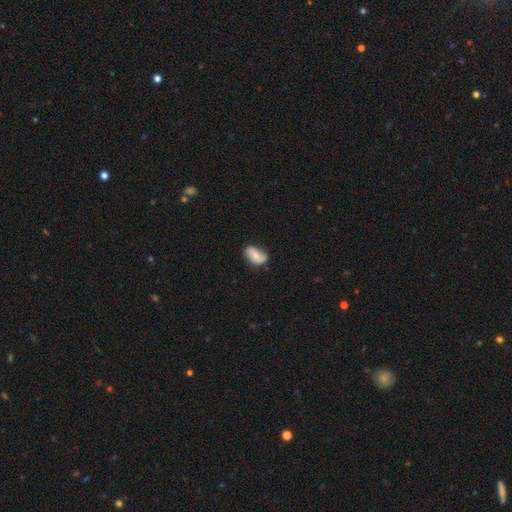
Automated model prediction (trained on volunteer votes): smooth 52%, featured or disk 41%, star or artifact 7%. Down the decision tree: how rounded — in between (89%); merging — none (54%).